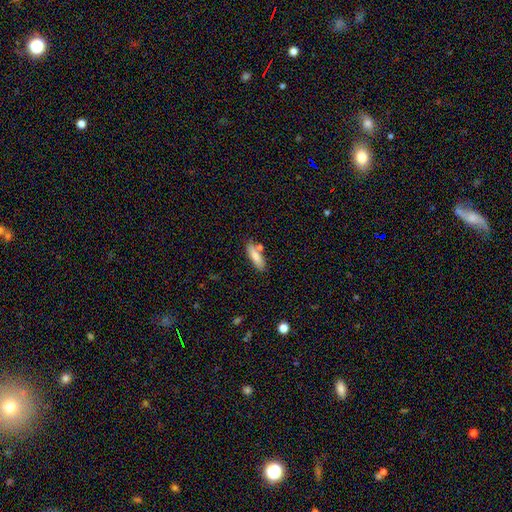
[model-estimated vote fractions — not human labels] Smooth or featured: smooth — 81% (featured or disk — 13%)
How rounded: in between — 51% (cigar-shaped — 47%)
Merging: none — 72% (minor disturbance — 14%)